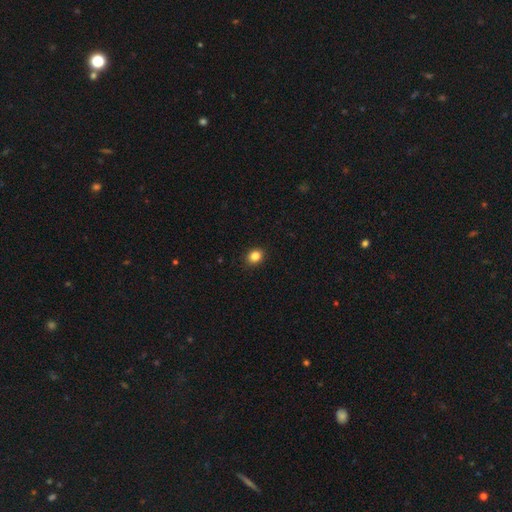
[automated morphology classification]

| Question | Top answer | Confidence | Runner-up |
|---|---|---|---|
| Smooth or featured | smooth | 84% | star or artifact (11%) |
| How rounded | round | 64% | in between (35%) |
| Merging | none | 90% | minor disturbance (7%) |